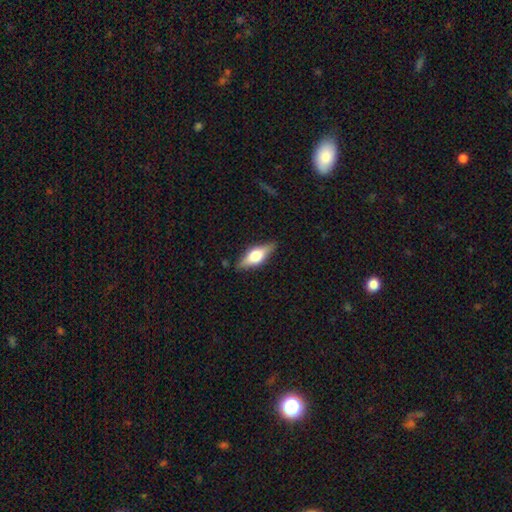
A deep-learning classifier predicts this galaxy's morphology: The model was most divided on "smooth or featured": featured or disk: 52%, smooth: 41%, star or artifact: 7%. More confident: edge-on disk — yes (92%); merging — none (85%).